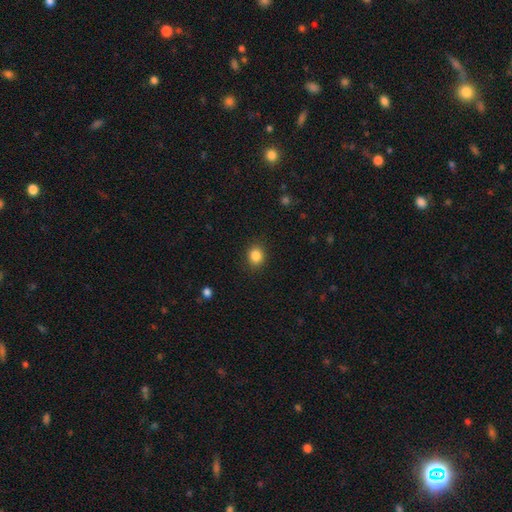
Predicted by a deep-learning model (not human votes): Q: Smooth or featured?
A: smooth (86%); runner-up: star or artifact (10%)
Q: How rounded?
A: round (69%); runner-up: in between (30%)
Q: Merging?
A: none (88%); runner-up: minor disturbance (8%)